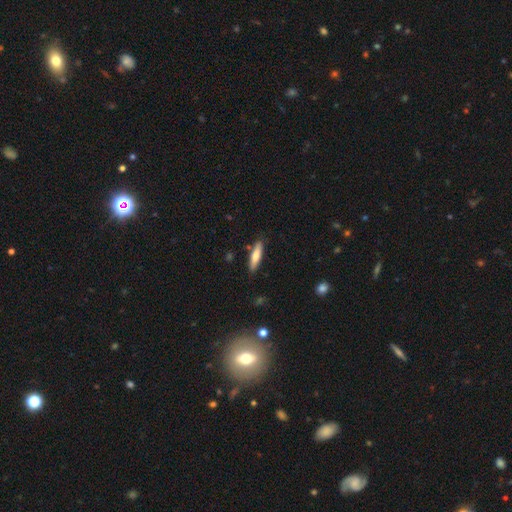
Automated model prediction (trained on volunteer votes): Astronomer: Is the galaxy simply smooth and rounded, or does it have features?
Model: smooth — 72%.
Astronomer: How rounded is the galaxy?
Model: cigar-shaped — 74%.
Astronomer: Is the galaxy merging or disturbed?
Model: none — 85%.